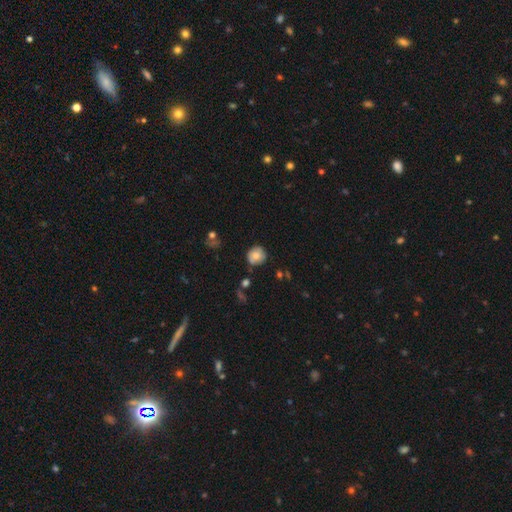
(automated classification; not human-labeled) This appears to be a smooth galaxy with no disk features (75%) that is round (88%). Merging: none (75%).